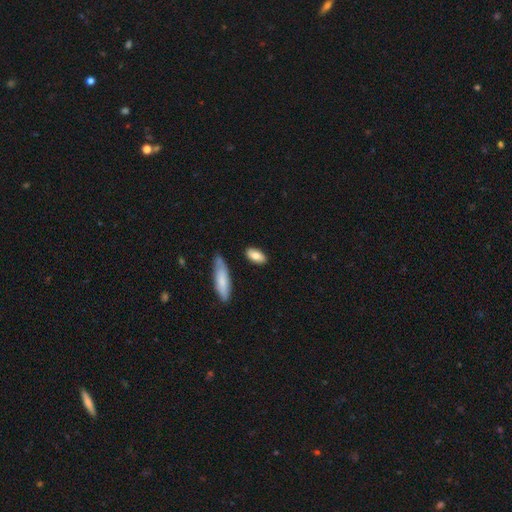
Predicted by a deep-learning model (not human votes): Morphology: type=smooth (80%); roundness=in between (82%); merging=none (82%).